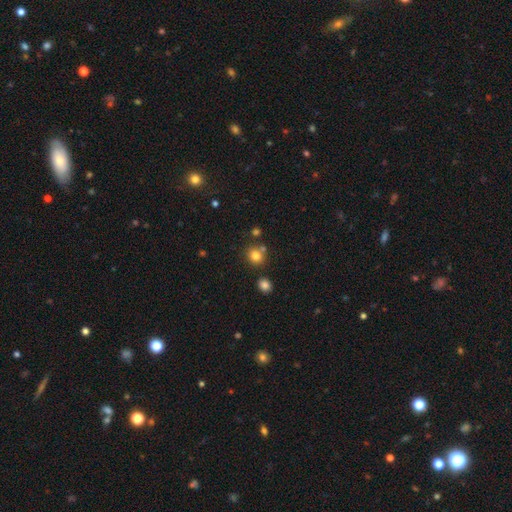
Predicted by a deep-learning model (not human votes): smooth-or-featured: smooth: 79% | star or artifact: 14% | featured or disk: 7%
  how-rounded: round: 82% | in between: 17% | cigar-shaped: 1%
  merging: none: 72% | merger: 15% | minor disturbance: 10% | major disturbance: 3%